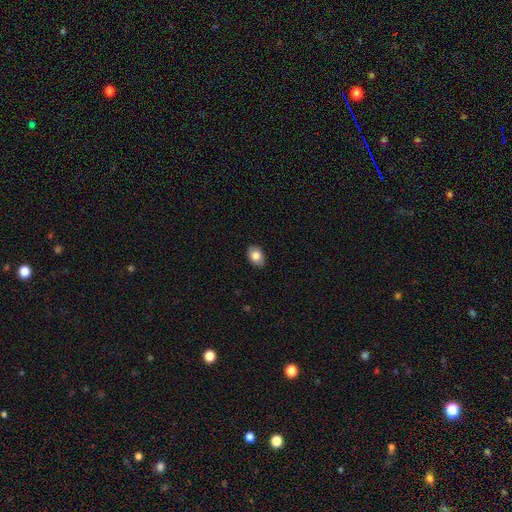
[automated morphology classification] A smooth galaxy with no disk features (83%) that is in between round and cigar-shaped (81%).

Vote fractions:
- Smooth or featured? smooth: 83% / featured or disk: 10% / star or artifact: 7%
- How rounded? in between: 81% / round: 18% / cigar-shaped: 1%
- Merging? none: 88% / minor disturbance: 9% / major disturbance: 2% / merger: 1%